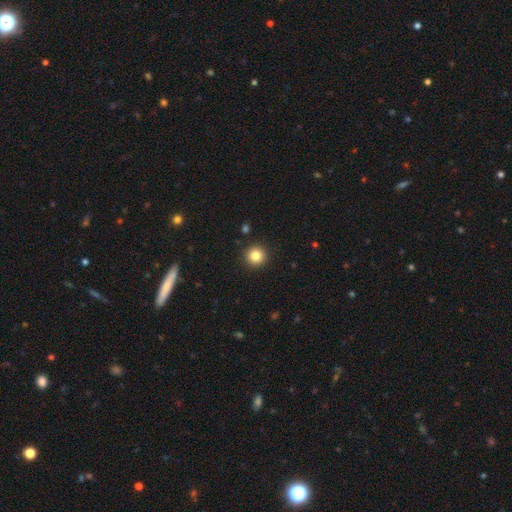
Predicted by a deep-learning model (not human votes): The model was most divided on "smooth or featured": smooth: 83%, star or artifact: 11%, featured or disk: 5%. More confident: how rounded — round (96%); merging — none (93%).